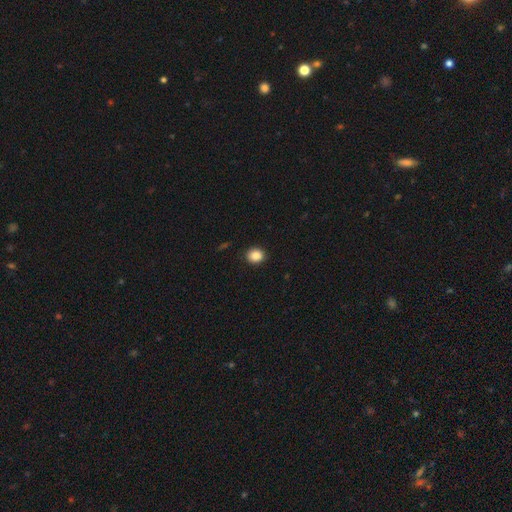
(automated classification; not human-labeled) The model was most divided on "how rounded": round: 68%, in between: 31%, cigar-shaped: 1%. More confident: merging — none (91%); smooth or featured — smooth (88%).